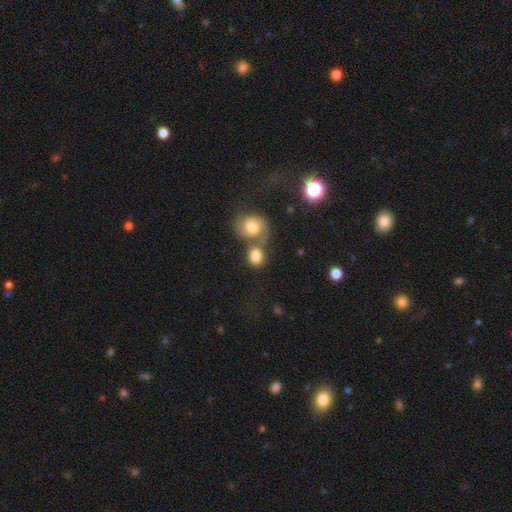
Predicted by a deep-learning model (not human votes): A smooth galaxy with no disk features (67%) that is round (55%). Merging: merger (47%).